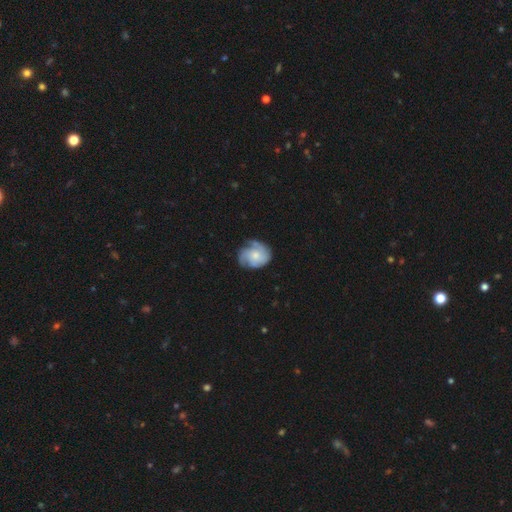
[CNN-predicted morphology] Smooth or featured?
  - featured or disk: 66% *
  - smooth: 28%
  - star or artifact: 6%
Edge-on disk?
  - no: 98% *
  - yes: 2%
Bar?
  - no: 79% *
  - weak: 18%
  - strong: 2%
Spiral arms?
  - yes: 90% *
  - no: 10%
Spiral winding?
  - tight: 48% *
  - medium: 37%
  - loose: 15%
Spiral arm count?
  - 3: 36% *
  - can't tell: 26%
  - 2: 16%
  - 4: 12%
  - 1: 6%
  - more than 4: 5%
Bulge size?
  - small: 48% *
  - moderate: 42%
  - none: 5%
  - large: 4%
  - dominant: 1%
Merging?
  - none: 62% *
  - minor disturbance: 25%
  - major disturbance: 11%
  - merger: 2%